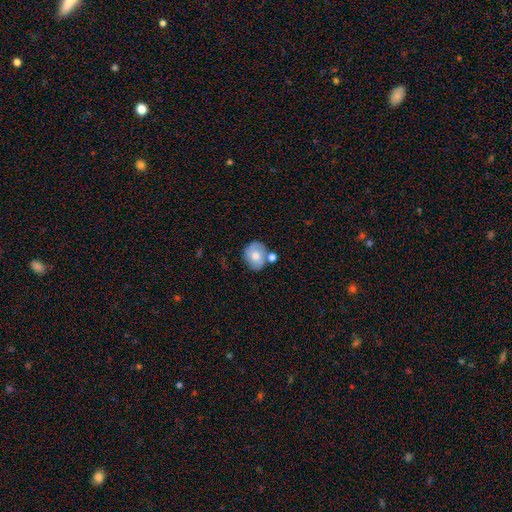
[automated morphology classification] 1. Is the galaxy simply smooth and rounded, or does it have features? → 64% smooth, 29% featured or disk, 8% star or artifact.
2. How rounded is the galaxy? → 64% round, 35% in between, 1% cigar-shaped.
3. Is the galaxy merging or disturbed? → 56% none, 20% merger, 18% minor disturbance, 6% major disturbance.